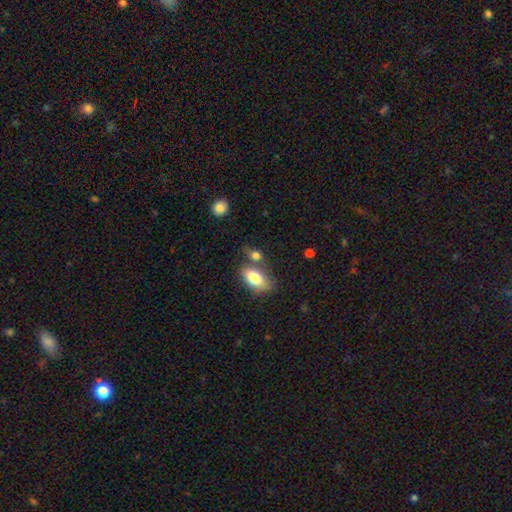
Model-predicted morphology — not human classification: This is likely a smooth galaxy (79%). How rounded: clearly in between (81%). Merging: possibly none (49%).